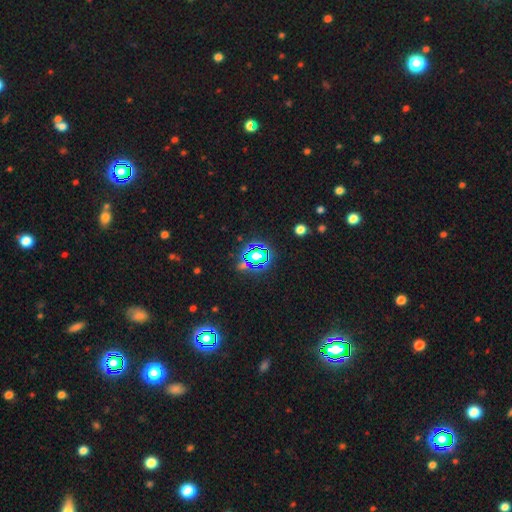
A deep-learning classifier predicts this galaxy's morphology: smooth_or_featured: star or artifact (p=0.62) [alt: smooth p=0.26]